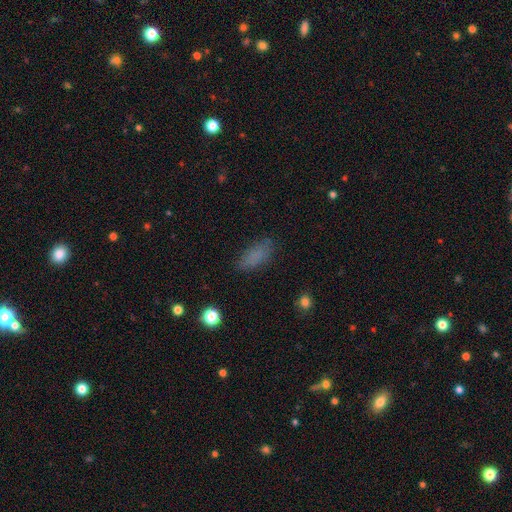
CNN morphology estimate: Smooth or featured: smooth — 81% (star or artifact — 12%)
How rounded: in between — 77% (cigar-shaped — 19%)
Merging: none — 78% (minor disturbance — 15%)